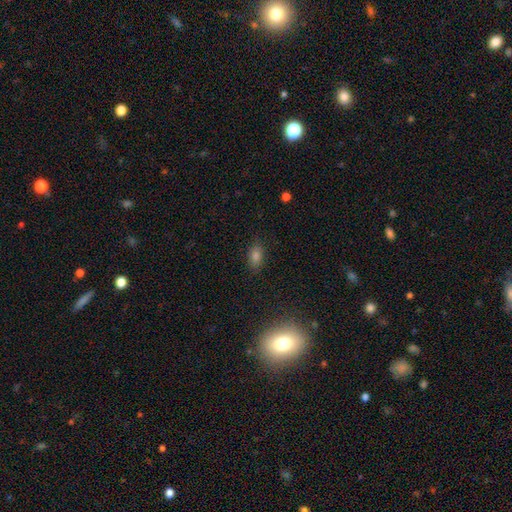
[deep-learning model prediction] smooth-or-featured: smooth: 76% | star or artifact: 17% | featured or disk: 8%
  how-rounded: in between: 84% | round: 12% | cigar-shaped: 4%
  merging: none: 84% | minor disturbance: 12% | major disturbance: 3% | merger: 2%